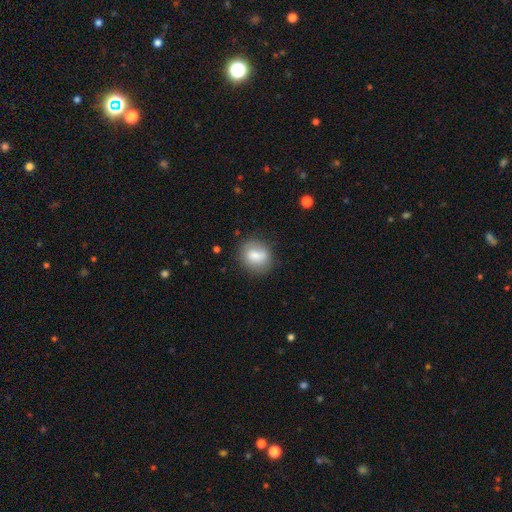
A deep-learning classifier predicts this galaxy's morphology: Smooth or featured?
  - smooth: 75% *
  - featured or disk: 17%
  - star or artifact: 8%
How rounded?
  - round: 66% *
  - in between: 33%
  - cigar-shaped: 1%
Merging?
  - none: 74% *
  - minor disturbance: 17%
  - major disturbance: 5%
  - merger: 4%